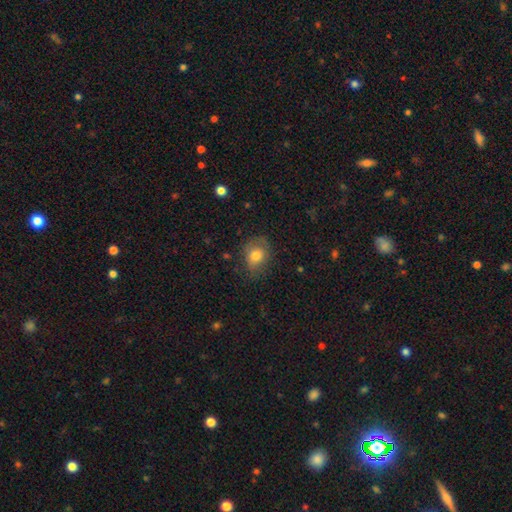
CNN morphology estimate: Smooth or featured?
  - smooth: 77% *
  - featured or disk: 14%
  - star or artifact: 9%
How rounded?
  - in between: 54% *
  - round: 45%
  - cigar-shaped: 1%
Merging?
  - none: 66% *
  - minor disturbance: 24%
  - major disturbance: 9%
  - merger: 1%